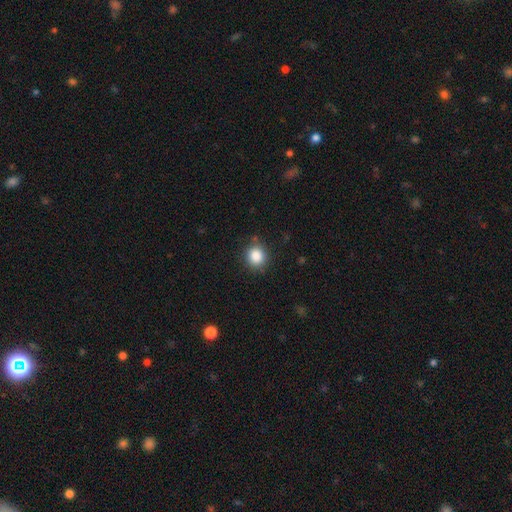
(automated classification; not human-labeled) Morphology: type=smooth (85%); roundness=round (86%); merging=none (85%).